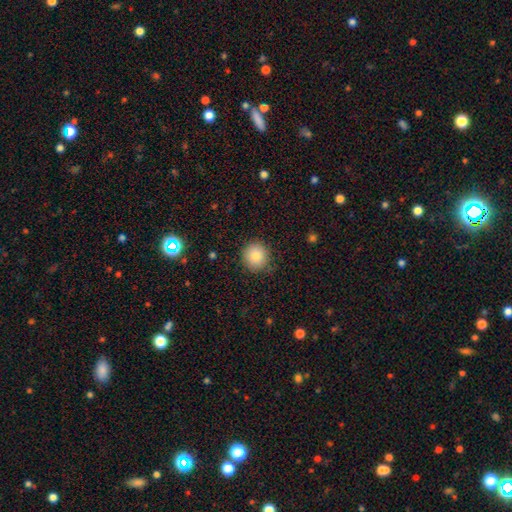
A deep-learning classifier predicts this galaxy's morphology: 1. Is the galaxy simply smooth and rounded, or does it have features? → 84% smooth, 10% star or artifact, 7% featured or disk.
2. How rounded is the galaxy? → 92% round, 7% in between, 1% cigar-shaped.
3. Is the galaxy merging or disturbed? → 86% none, 11% minor disturbance, 3% major disturbance, 1% merger.